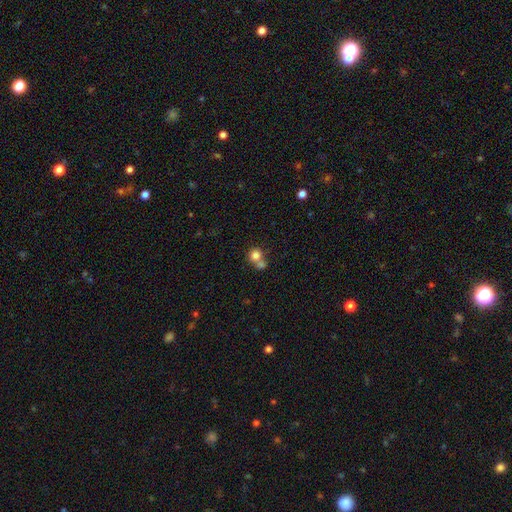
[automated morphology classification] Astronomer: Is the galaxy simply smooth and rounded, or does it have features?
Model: smooth — 79%.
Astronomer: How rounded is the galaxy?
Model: round — 85%.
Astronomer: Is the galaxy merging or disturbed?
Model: merger — 49% (runner-up: none, 40%).